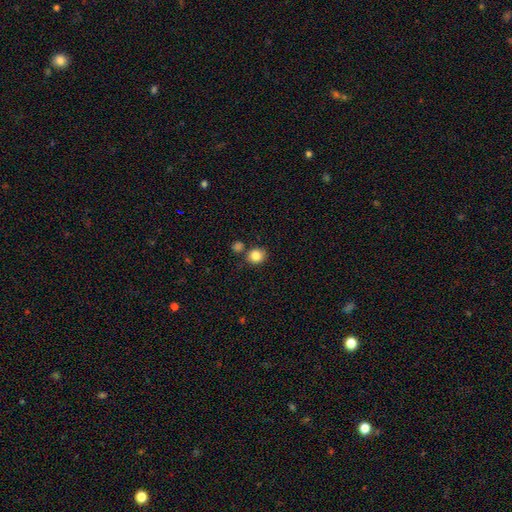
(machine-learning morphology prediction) smooth_or_featured: smooth (p=0.84) [alt: star or artifact p=0.10]
how_rounded: round (p=0.76) [alt: in between p=0.23]
merging: none (p=0.76) [alt: merger p=0.11]